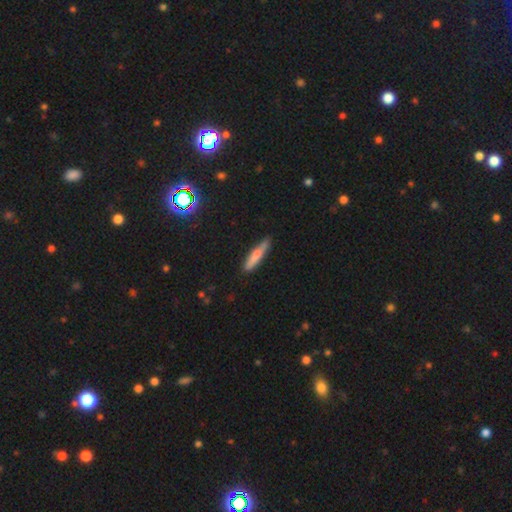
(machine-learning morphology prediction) Smooth or featured: smooth — 71% (featured or disk — 23%)
How rounded: cigar-shaped — 87% (in between — 11%)
Merging: none — 78% (minor disturbance — 17%)